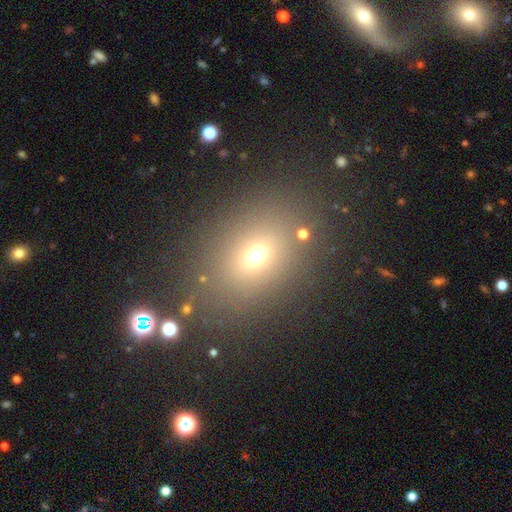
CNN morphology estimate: Smooth or featured?
  - smooth: 66% *
  - star or artifact: 23%
  - featured or disk: 12%
How rounded?
  - in between: 54% *
  - round: 44%
  - cigar-shaped: 2%
Merging?
  - none: 80% *
  - minor disturbance: 10%
  - major disturbance: 6%
  - merger: 4%